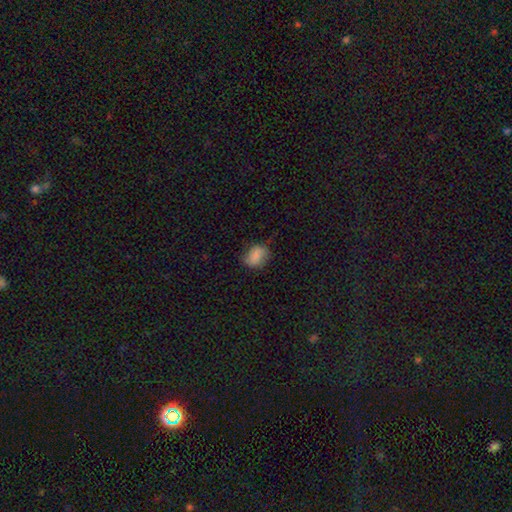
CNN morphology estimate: Overall: smooth (80%). How rounded: in between (63%; round 35%). Merging: none (68%).